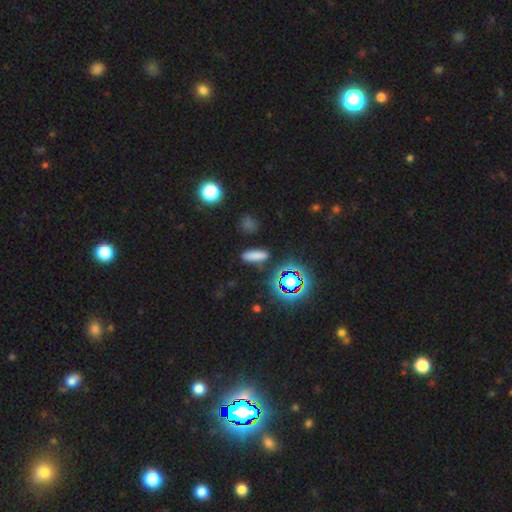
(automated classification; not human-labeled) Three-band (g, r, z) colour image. It shows a smooth galaxy with no disk features (75%) that is cigar-shaped (56%). Merging: none (86%).